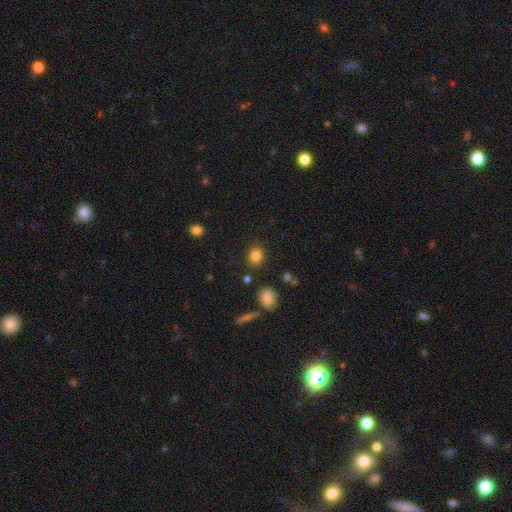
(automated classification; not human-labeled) Q: Smooth or featured?
A: smooth (83%); runner-up: star or artifact (11%)
Q: How rounded?
A: round (76%); runner-up: in between (23%)
Q: Merging?
A: none (86%); runner-up: minor disturbance (8%)